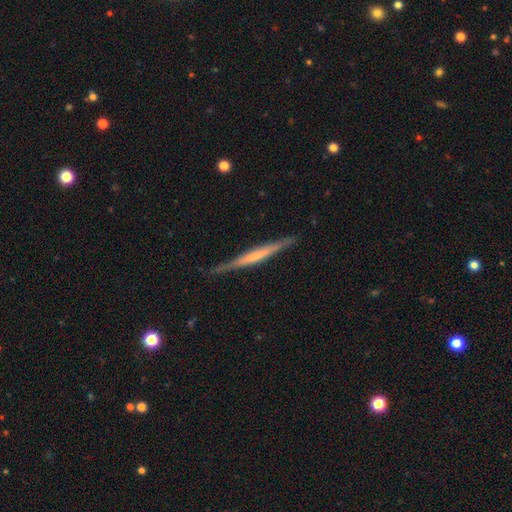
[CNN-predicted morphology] A featured or disk galaxy (61%) viewed edge-on (97%) with no central bulge (65%).

Vote fractions:
- Smooth or featured? featured or disk: 61% / smooth: 34% / star or artifact: 5%
- Edge-on disk? yes: 97% / no: 3%
- Edge-on bulge? none: 65% / rounded: 18% / boxy: 17%
- Merging? none: 85% / minor disturbance: 12% / major disturbance: 2% / merger: 1%